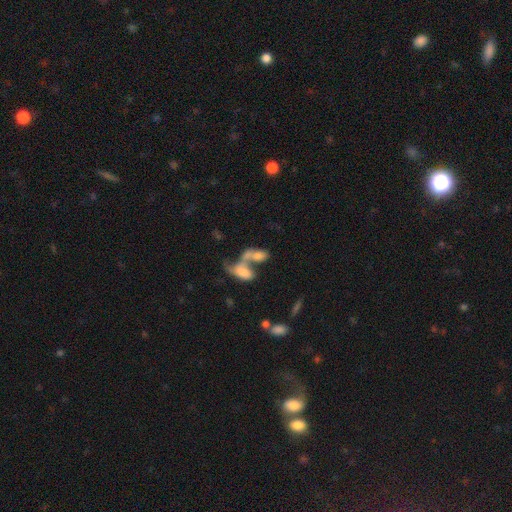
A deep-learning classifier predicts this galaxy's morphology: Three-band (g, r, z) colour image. It shows a smooth galaxy with no disk features (60%) that is in between round and cigar-shaped (85%). Merging: merger (69%).